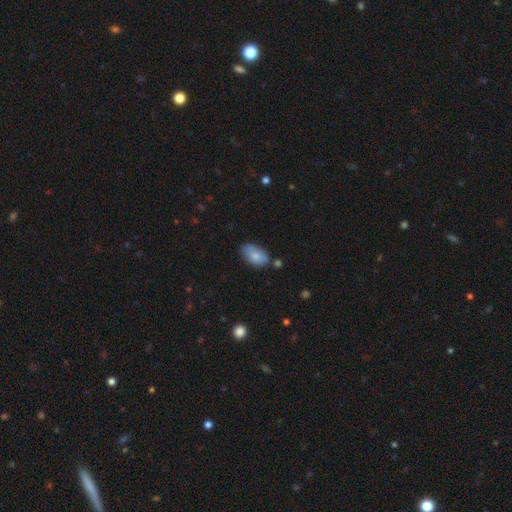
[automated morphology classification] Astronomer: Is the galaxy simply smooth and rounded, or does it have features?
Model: smooth — 78%.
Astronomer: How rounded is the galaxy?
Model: in between — 93%.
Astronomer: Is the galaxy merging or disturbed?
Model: none — 63%.